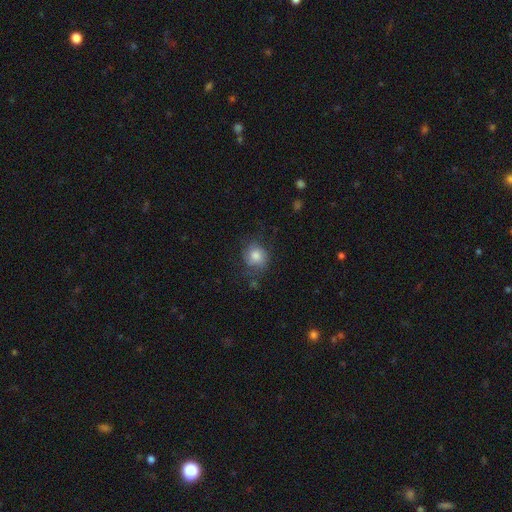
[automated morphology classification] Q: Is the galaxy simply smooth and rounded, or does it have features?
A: smooth — 76%.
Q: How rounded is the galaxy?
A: round — 75%.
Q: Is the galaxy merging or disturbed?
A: none — 60%.